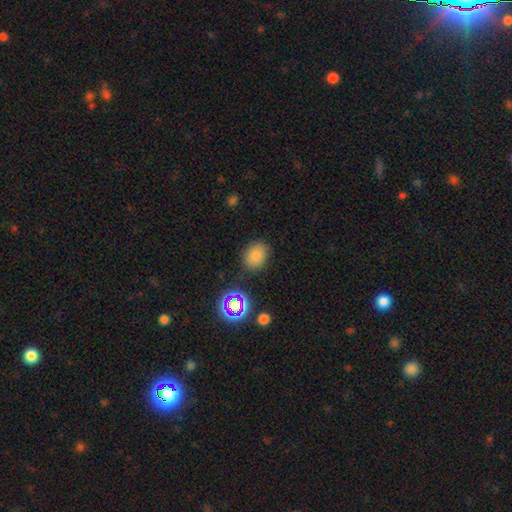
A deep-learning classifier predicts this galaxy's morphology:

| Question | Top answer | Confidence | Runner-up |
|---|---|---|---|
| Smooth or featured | smooth | 78% | star or artifact (15%) |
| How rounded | in between | 63% | round (36%) |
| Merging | none | 82% | minor disturbance (12%) |